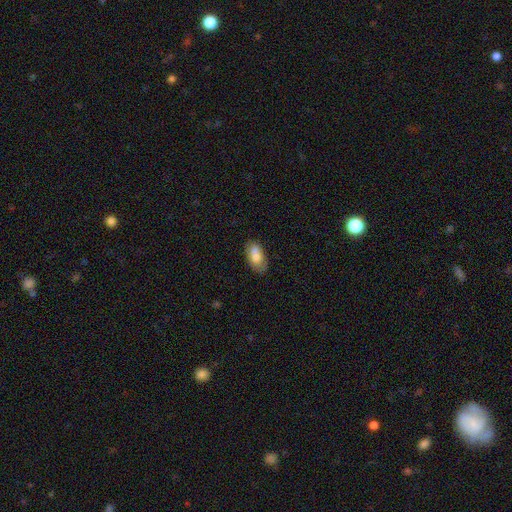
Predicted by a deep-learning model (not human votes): smooth 77%, featured or disk 16%, star or artifact 7%. Down the decision tree: how rounded — in between (92%); merging — none (68%).